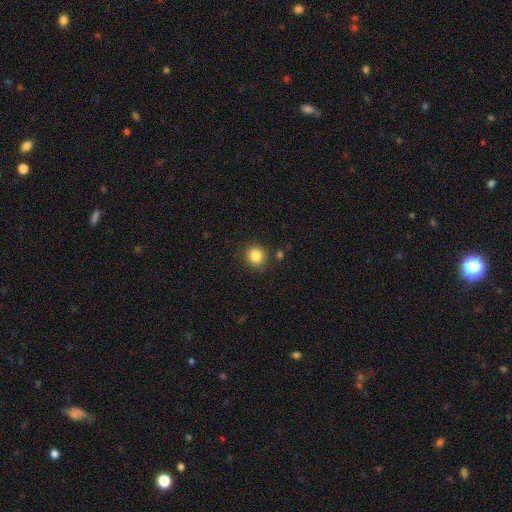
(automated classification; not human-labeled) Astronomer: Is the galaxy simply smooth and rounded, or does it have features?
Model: smooth — 85%.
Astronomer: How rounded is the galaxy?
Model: round — 84%.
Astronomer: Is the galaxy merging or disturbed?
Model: none — 86%.